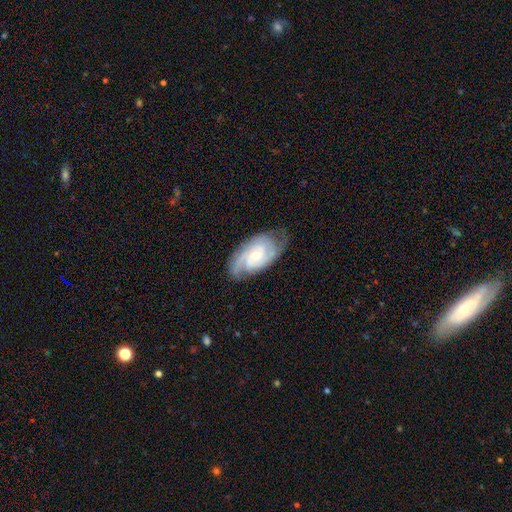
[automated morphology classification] Q: Smooth or featured?
A: featured or disk (83%); runner-up: smooth (12%)
Q: Edge-on disk?
A: no (96%); runner-up: yes (4%)
Q: Bar?
A: no (63%); runner-up: weak (31%)
Q: Spiral arms?
A: yes (97%); runner-up: no (3%)
Q: Spiral winding?
A: tight (51%); runner-up: medium (39%)
Q: Spiral arm count?
A: 2 (51%); runner-up: 3 (21%)
Q: Bulge size?
A: small (58%); runner-up: moderate (36%)
Q: Merging?
A: none (72%); runner-up: minor disturbance (20%)